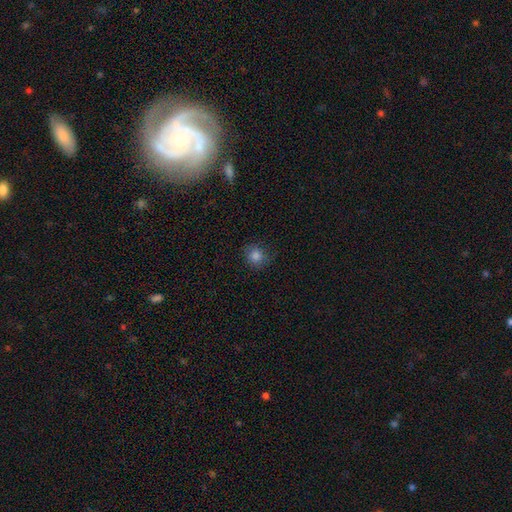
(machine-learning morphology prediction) type=smooth (83%); roundness=round (82%); merging=none (83%).